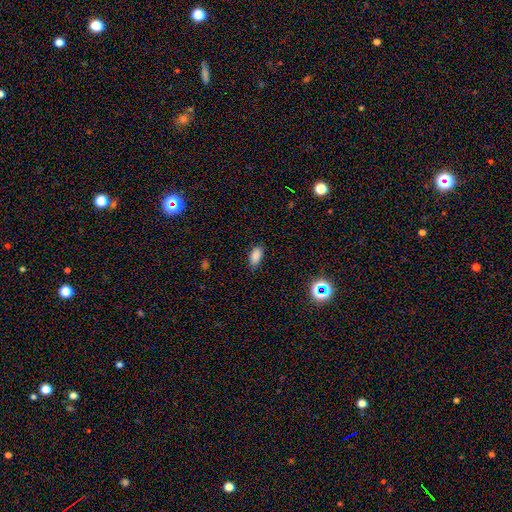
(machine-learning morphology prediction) Smooth or featured?
  - smooth: 85% *
  - star or artifact: 11%
  - featured or disk: 4%
How rounded?
  - in between: 91% *
  - cigar-shaped: 5%
  - round: 4%
Merging?
  - none: 81% *
  - minor disturbance: 15%
  - major disturbance: 3%
  - merger: 1%